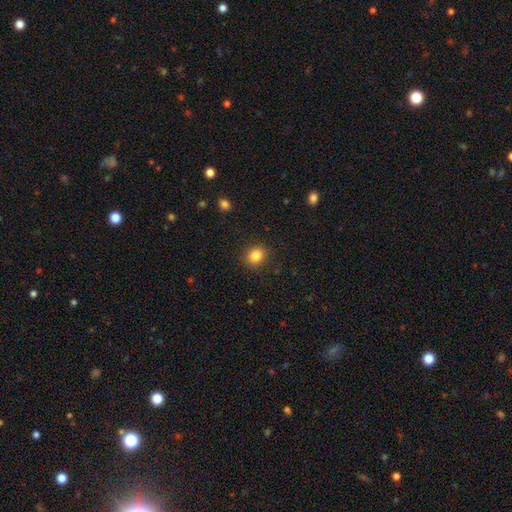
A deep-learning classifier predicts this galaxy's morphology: This is clearly a smooth galaxy (84%). How rounded: likely round (67%). Merging: clearly none (88%).